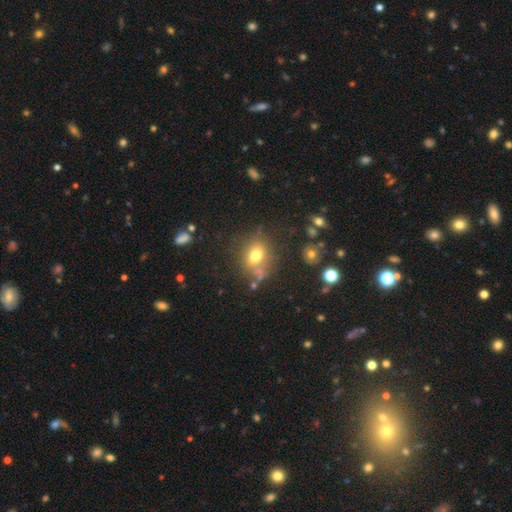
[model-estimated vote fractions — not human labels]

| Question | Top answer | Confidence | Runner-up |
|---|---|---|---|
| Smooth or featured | smooth | 72% | star or artifact (15%) |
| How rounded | round | 57% | in between (41%) |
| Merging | none | 67% | minor disturbance (17%) |